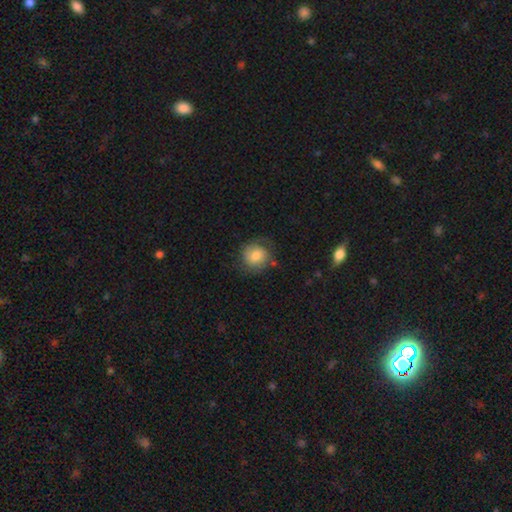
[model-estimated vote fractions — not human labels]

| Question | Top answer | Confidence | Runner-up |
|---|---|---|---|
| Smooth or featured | smooth | 59% | featured or disk (33%) |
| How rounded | round | 81% | in between (18%) |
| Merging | none | 64% | minor disturbance (22%) |